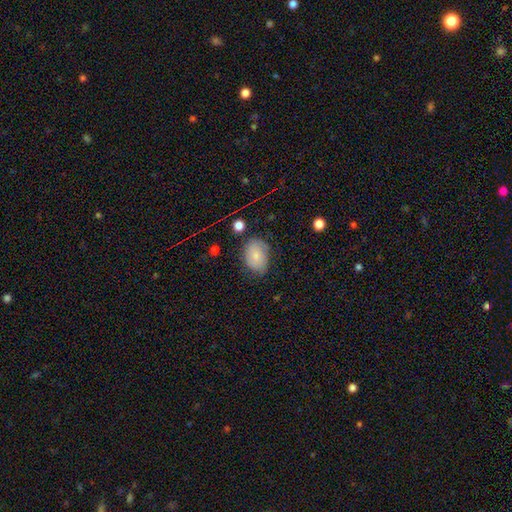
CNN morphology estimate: Q: Smooth or featured?
A: smooth (75%); runner-up: featured or disk (17%)
Q: How rounded?
A: in between (80%); runner-up: round (19%)
Q: Merging?
A: none (68%); runner-up: minor disturbance (24%)